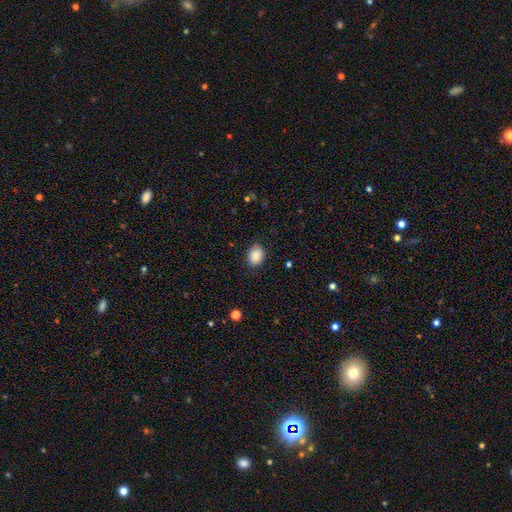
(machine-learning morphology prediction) smooth_or_featured: smooth (p=0.87) [alt: star or artifact p=0.08]
how_rounded: in between (p=0.64) [alt: round p=0.35]
merging: none (p=0.81) [alt: minor disturbance p=0.15]